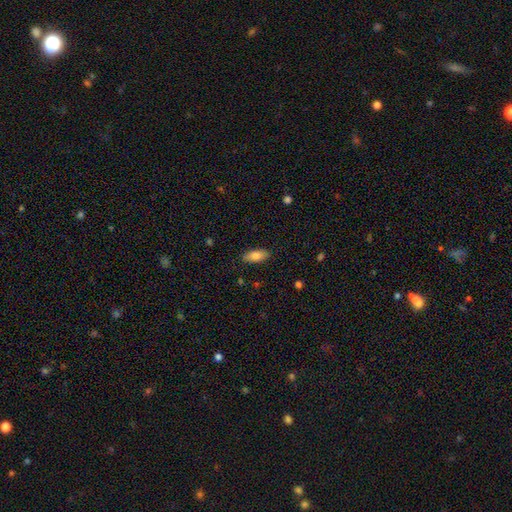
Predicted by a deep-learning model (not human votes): A smooth galaxy with no disk features (80%) that is in between round and cigar-shaped (82%).

Vote fractions:
- Smooth or featured? smooth: 80% / featured or disk: 14% / star or artifact: 7%
- How rounded? in between: 82% / cigar-shaped: 16% / round: 2%
- Merging? none: 88% / minor disturbance: 9% / major disturbance: 2% / merger: 1%